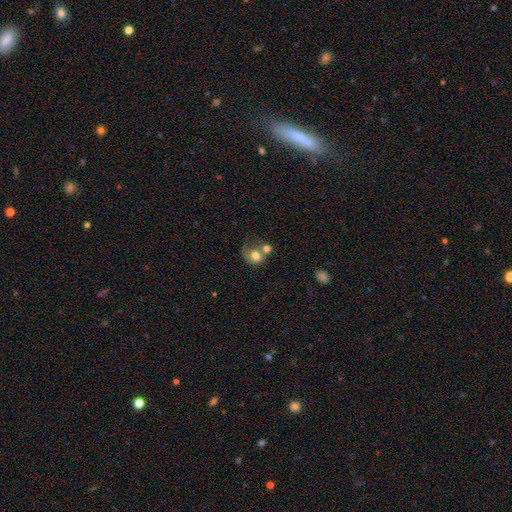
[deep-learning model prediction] The model was most divided on "merging": merger: 44%, none: 25%, major disturbance: 17%, minor disturbance: 14%. More confident: how rounded — round (66%); smooth or featured — smooth (66%).